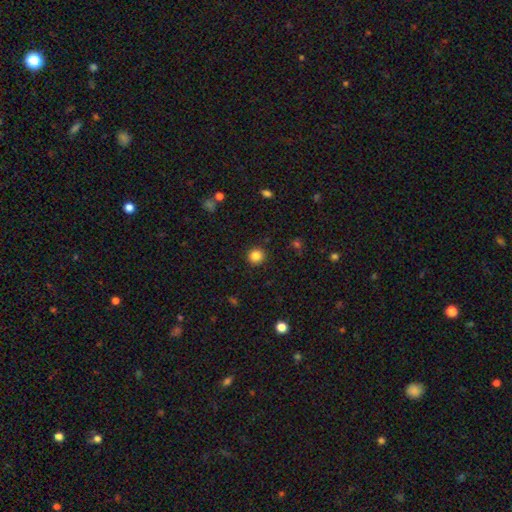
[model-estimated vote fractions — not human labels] Morphology: type=smooth (84%); roundness=round (93%); merging=none (92%).